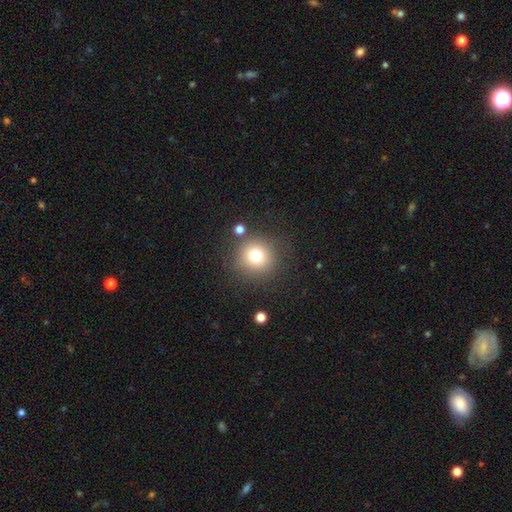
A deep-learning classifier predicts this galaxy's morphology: A smooth galaxy with no disk features (76%) that is round (93%).

Vote fractions:
- Smooth or featured? smooth: 76% / star or artifact: 14% / featured or disk: 10%
- How rounded? round: 93% / in between: 6% / cigar-shaped: 1%
- Merging? none: 82% / minor disturbance: 9% / merger: 5% / major disturbance: 4%